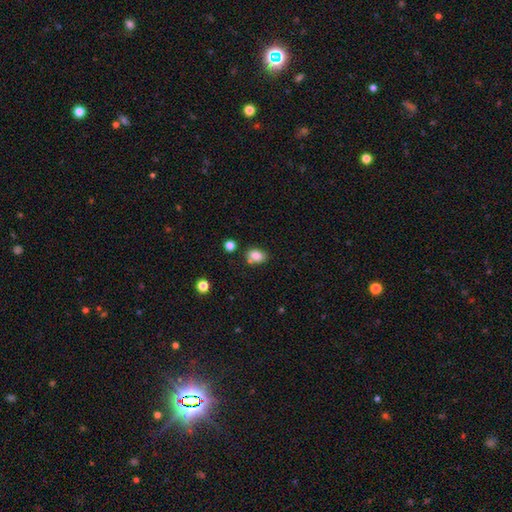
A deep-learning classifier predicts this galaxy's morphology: This is clearly a smooth galaxy (83%). How rounded: likely in between (70%). Merging: likely none (66%).